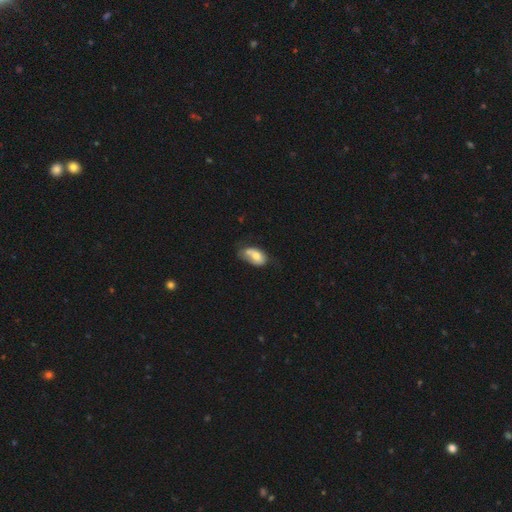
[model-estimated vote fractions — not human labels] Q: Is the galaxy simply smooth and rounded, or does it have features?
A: smooth — 64%.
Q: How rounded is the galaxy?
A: in between — 91%.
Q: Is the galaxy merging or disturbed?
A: none — 33%.